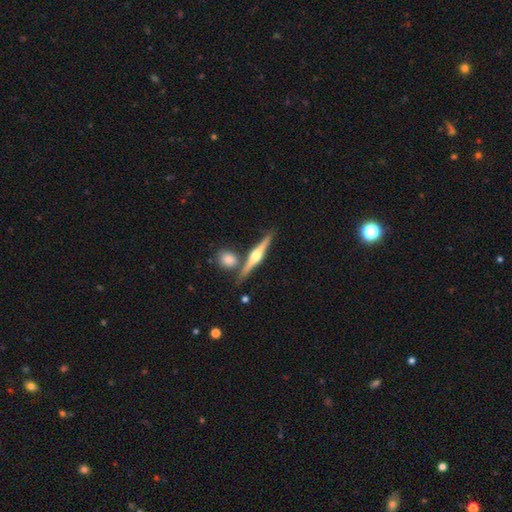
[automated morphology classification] The model was most divided on "smooth or featured": featured or disk: 78%, smooth: 16%, star or artifact: 5%. More confident: edge-on disk — yes (98%); edge-on bulge — rounded (95%); merging — none (79%).